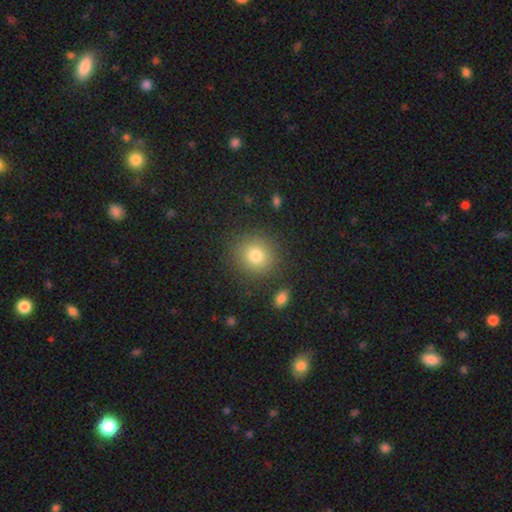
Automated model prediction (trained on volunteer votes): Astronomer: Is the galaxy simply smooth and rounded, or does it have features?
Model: smooth — 80%.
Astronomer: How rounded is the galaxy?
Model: round — 86%.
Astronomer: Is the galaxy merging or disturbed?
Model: none — 86%.